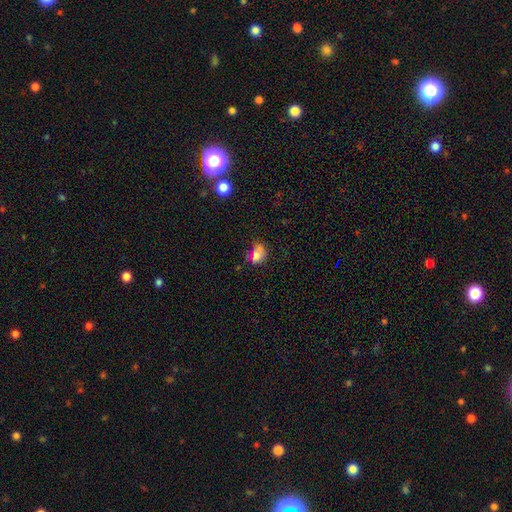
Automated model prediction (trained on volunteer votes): A smooth galaxy with no disk features (71%) that is in between round and cigar-shaped (60%).

Vote fractions:
- Smooth or featured? smooth: 71% / featured or disk: 15% / star or artifact: 14%
- How rounded? in between: 60% / round: 38% / cigar-shaped: 1%
- Merging? none: 40% / minor disturbance: 27% / merger: 18% / major disturbance: 16%